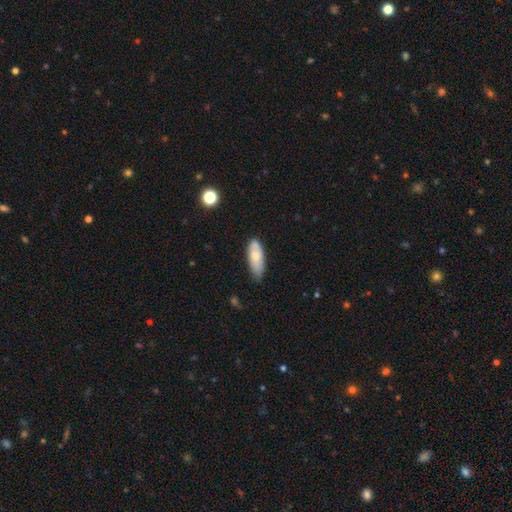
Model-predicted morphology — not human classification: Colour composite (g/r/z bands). It shows a smooth galaxy with no disk features (73%) that is in between round and cigar-shaped (73%). Merging: none (62%).